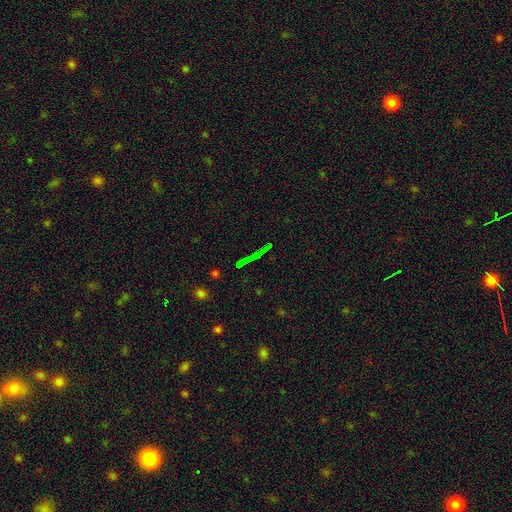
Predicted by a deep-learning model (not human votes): A star or artifact, not a galaxy (60%).

Vote fractions:
- Smooth or featured? star or artifact: 60% / featured or disk: 20% / smooth: 20%